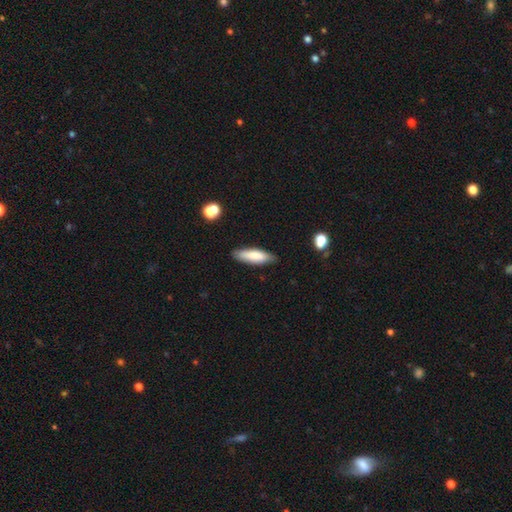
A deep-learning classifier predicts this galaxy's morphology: Smooth or featured? smooth (79%)
How rounded? cigar-shaped (53%)
Merging? none (82%)